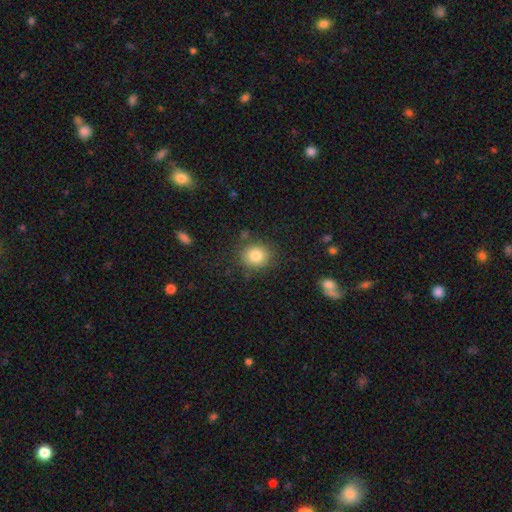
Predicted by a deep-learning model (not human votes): smooth-or-featured: smooth: 82% | star or artifact: 11% | featured or disk: 7%
  how-rounded: round: 77% | in between: 22% | cigar-shaped: 1%
  merging: none: 83% | minor disturbance: 11% | major disturbance: 3% | merger: 3%